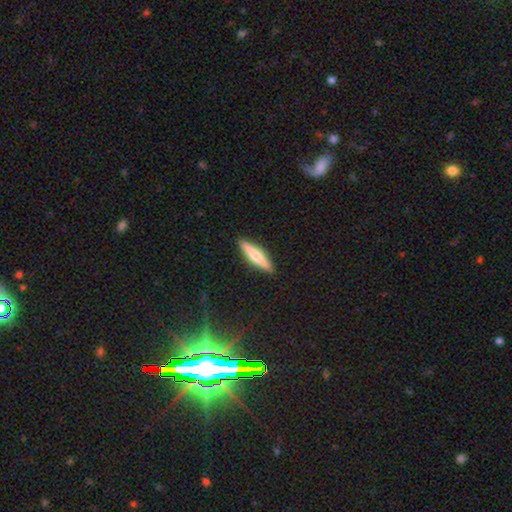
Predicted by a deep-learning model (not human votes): featured or disk 47% (tied), smooth 47% (tied), star or artifact 6%. Down the decision tree: merging — none (91%).